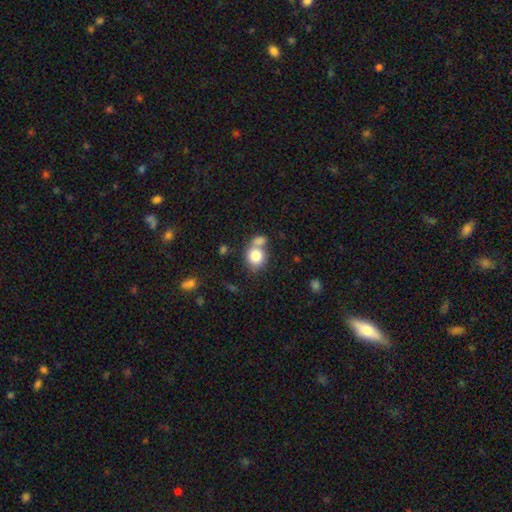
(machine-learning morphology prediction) Smooth or featured: smooth — 81% (featured or disk — 10%)
How rounded: round — 72% (in between — 27%)
Merging: none — 42% (tied with merger — 42%)